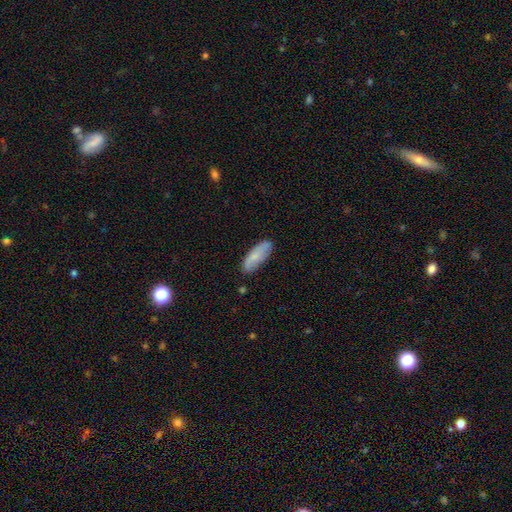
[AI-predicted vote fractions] This appears to be a smooth galaxy with no disk features (74%) that is in between round and cigar-shaped (65%). Merging: none (79%).